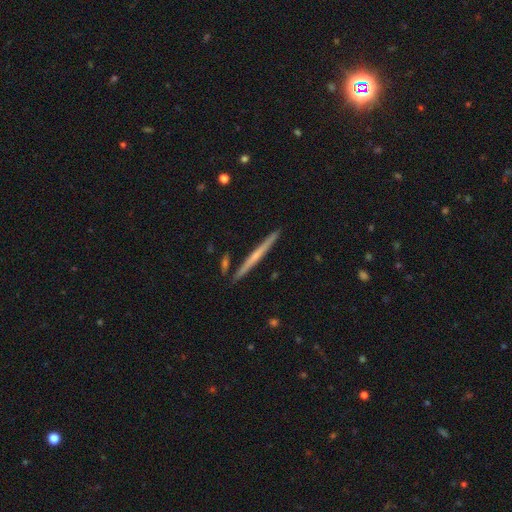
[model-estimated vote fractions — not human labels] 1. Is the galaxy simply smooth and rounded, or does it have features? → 58% featured or disk, 37% smooth, 6% star or artifact.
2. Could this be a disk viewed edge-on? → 98% yes, 2% no.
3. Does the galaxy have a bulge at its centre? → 66% none, 29% rounded, 5% boxy.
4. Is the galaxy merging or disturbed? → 90% none, 6% minor disturbance, 2% merger, 1% major disturbance.